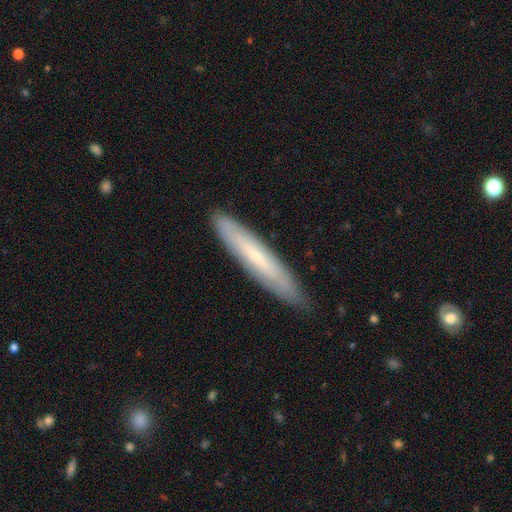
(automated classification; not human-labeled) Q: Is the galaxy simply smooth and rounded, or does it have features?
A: smooth — 48%.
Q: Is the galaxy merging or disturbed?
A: none — 85%.